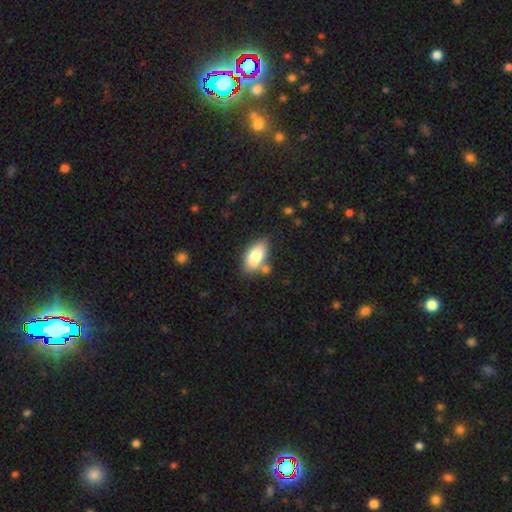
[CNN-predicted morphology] The model was most divided on "merging": none: 67%, minor disturbance: 16%, merger: 13%, major disturbance: 4%. More confident: how rounded — in between (92%); smooth or featured — smooth (79%).